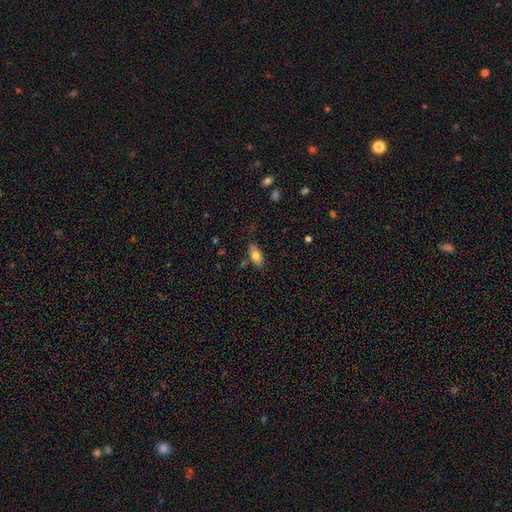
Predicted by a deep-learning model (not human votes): smooth 74%, featured or disk 19%, star or artifact 7%. Down the decision tree: how rounded — in between (85%); merging — none (77%).